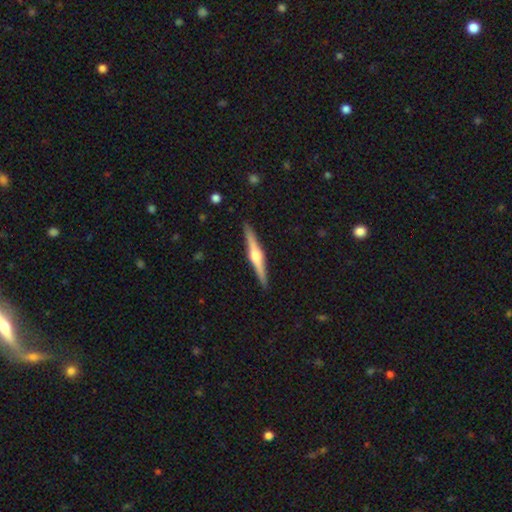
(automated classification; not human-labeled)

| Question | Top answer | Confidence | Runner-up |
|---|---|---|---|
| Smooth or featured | featured or disk | 77% | smooth (18%) |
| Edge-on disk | yes | 98% | no (2%) |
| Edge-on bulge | rounded | 92% | boxy (5%) |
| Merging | none | 92% | minor disturbance (6%) |